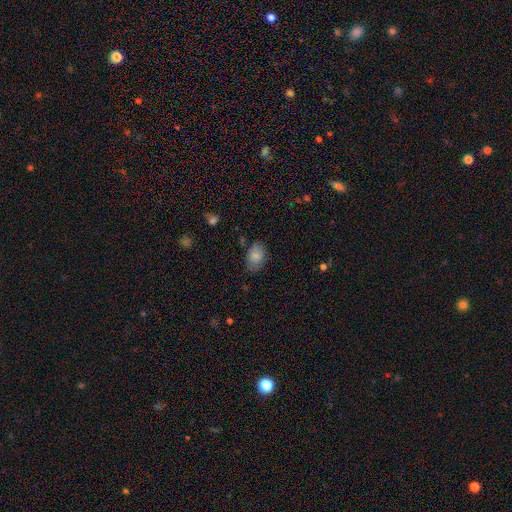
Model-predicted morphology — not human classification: Overall: smooth (83%). How rounded: in between (85%). Merging: none (74%).